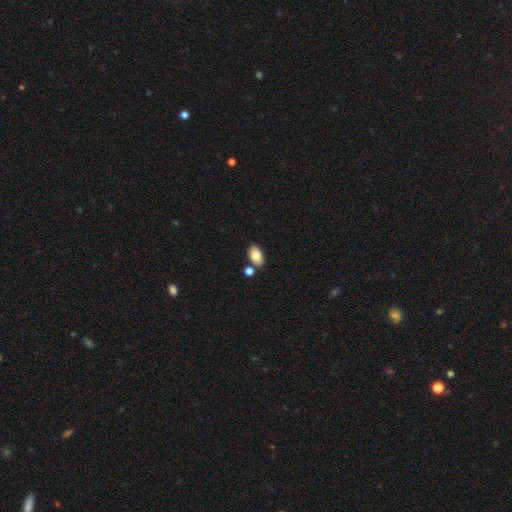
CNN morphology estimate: Q: Smooth or featured?
A: smooth (83%); runner-up: featured or disk (10%)
Q: How rounded?
A: in between (91%); runner-up: round (7%)
Q: Merging?
A: none (73%); runner-up: merger (14%)